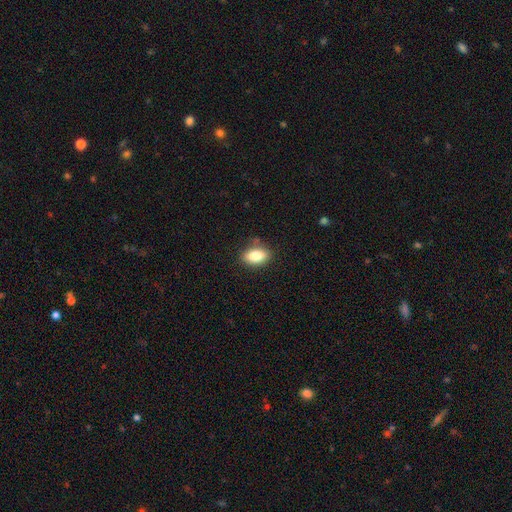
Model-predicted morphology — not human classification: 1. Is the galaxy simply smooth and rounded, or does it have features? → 84% smooth, 8% featured or disk, 8% star or artifact.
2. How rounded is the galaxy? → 88% in between, 9% round, 3% cigar-shaped.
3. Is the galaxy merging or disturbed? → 82% none, 13% minor disturbance, 3% major disturbance, 2% merger.